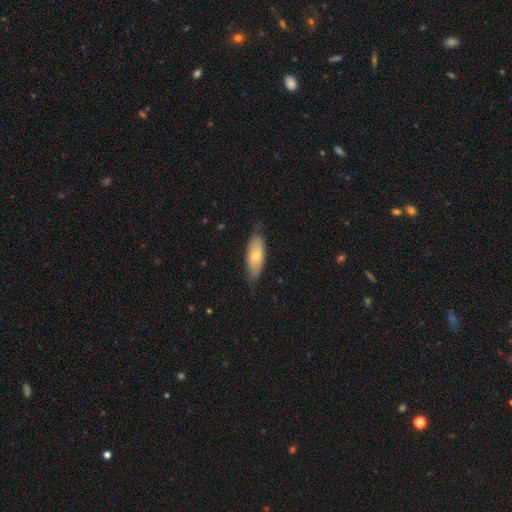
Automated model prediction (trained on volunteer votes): Smooth or featured: smooth — 63% (featured or disk — 32%)
How rounded: in between — 76% (cigar-shaped — 21%)
Merging: none — 70% (minor disturbance — 25%)